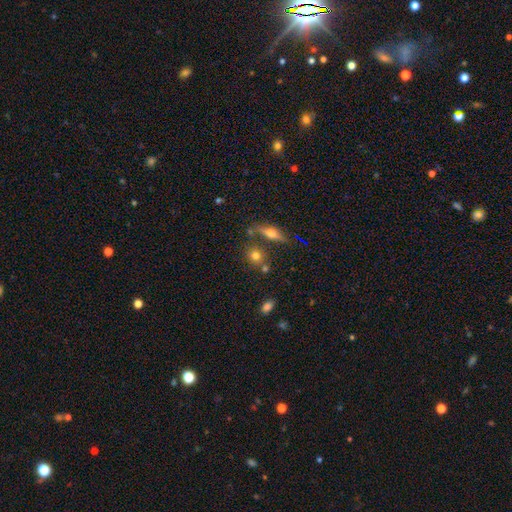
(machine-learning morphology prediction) Smooth or featured?
  - smooth: 71% *
  - featured or disk: 16%
  - star or artifact: 13%
How rounded?
  - round: 67% *
  - in between: 29%
  - cigar-shaped: 4%
Merging?
  - none: 63% *
  - merger: 21%
  - minor disturbance: 12%
  - major disturbance: 5%